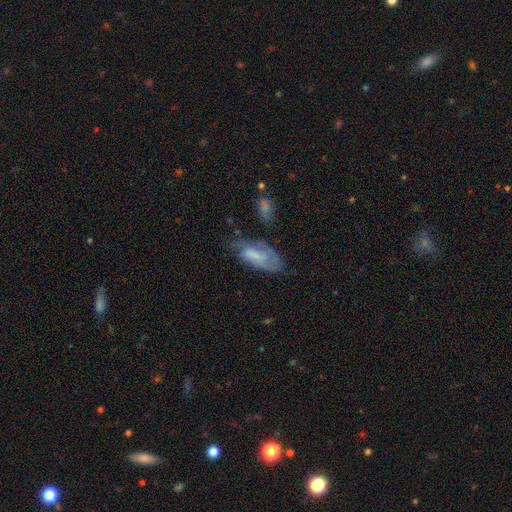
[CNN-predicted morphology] This appears to be a smooth galaxy with no disk features (59%) that is in between round and cigar-shaped (83%). Merging: none (41%).